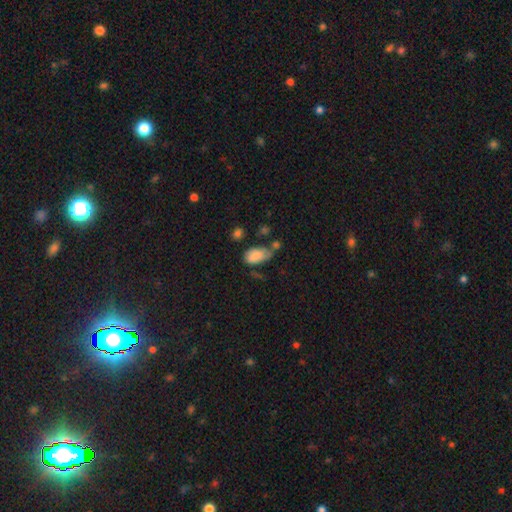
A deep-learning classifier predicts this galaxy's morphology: Smooth or featured: smooth — 77% (featured or disk — 14%)
How rounded: in between — 92% (round — 6%)
Merging: none — 34% (minor disturbance — 31%)